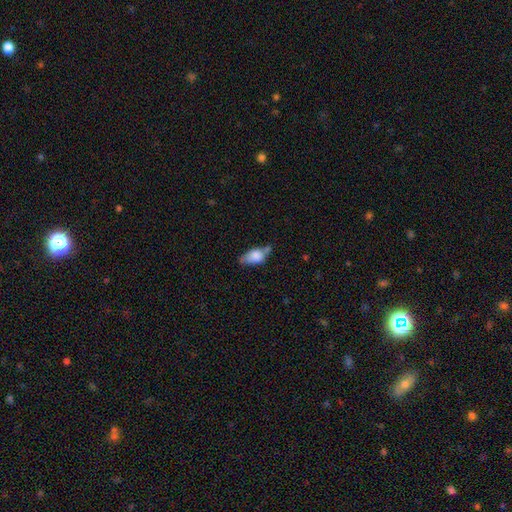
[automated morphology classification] This appears to be a smooth galaxy with no disk features (77%) that is in between round and cigar-shaped (86%). Merging: none (39%).